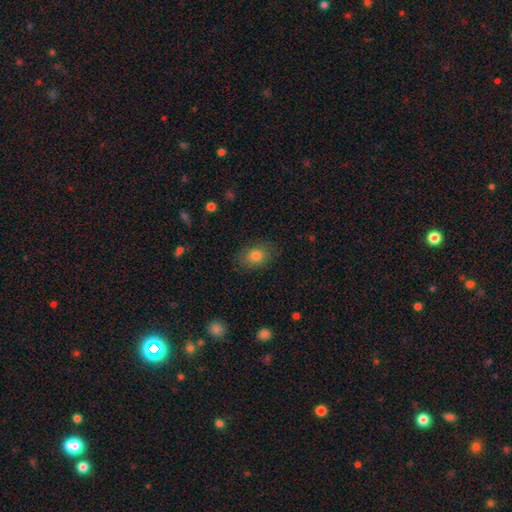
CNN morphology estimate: Smooth or featured: smooth — 82% (star or artifact — 9%)
How rounded: in between — 68% (round — 31%)
Merging: none — 83% (minor disturbance — 13%)